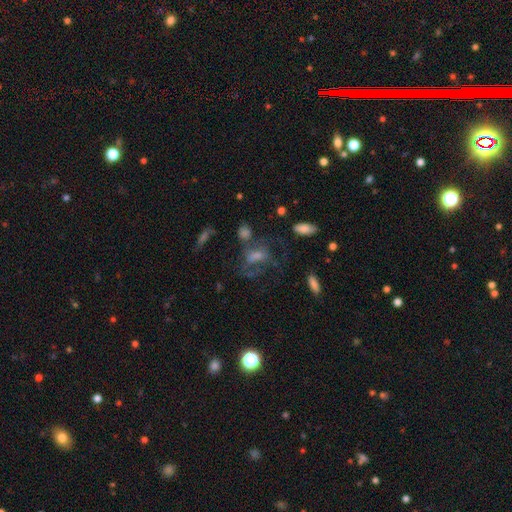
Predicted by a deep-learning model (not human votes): A featured or disk galaxy (45%).

Vote fractions:
- Smooth or featured? featured or disk: 45% / smooth: 31% / star or artifact: 24%
- Merging? none: 46% / major disturbance: 24% / minor disturbance: 17% / merger: 12%